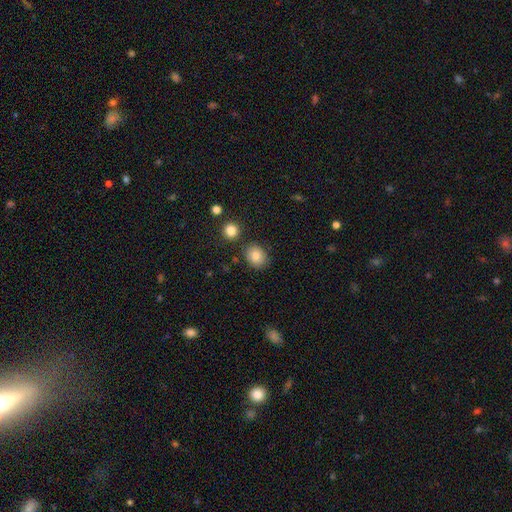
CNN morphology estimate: This is clearly a smooth galaxy (84%). How rounded: possibly round (54%). Merging: clearly none (81%).